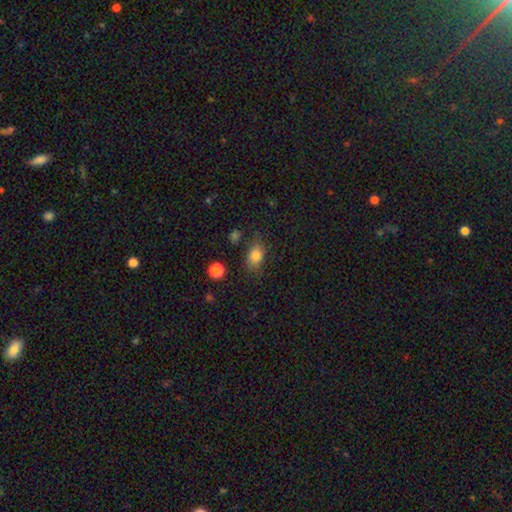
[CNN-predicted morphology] Overall: smooth (81%). How rounded: in between (71%). Merging: none (75%).